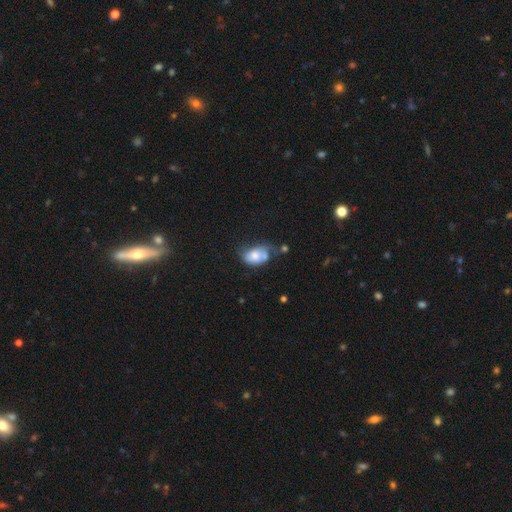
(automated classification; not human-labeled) smooth_or_featured: smooth (p=0.63) [alt: featured or disk p=0.29]
how_rounded: in between (p=0.87) [alt: round p=0.12]
merging: minor disturbance (p=0.32) [alt: none p=0.27]